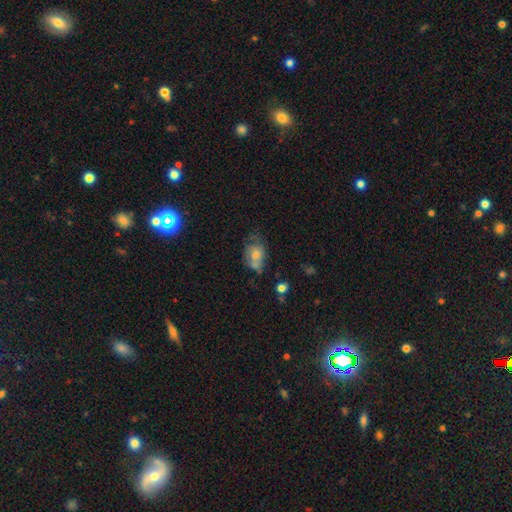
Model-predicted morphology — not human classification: A smooth galaxy with no disk features (50%). Merging: none (36%).